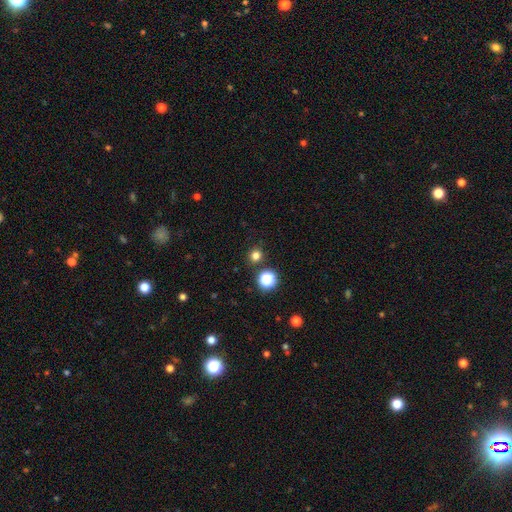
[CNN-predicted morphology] Smooth or featured? smooth (77%)
How rounded? round (92%)
Merging? none (87%)